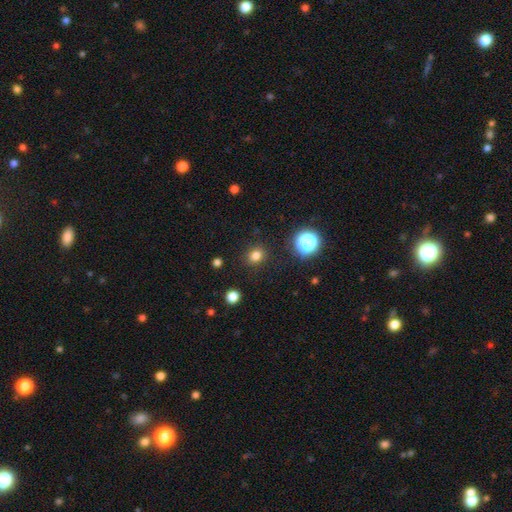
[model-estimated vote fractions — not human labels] Overall: smooth (80%). How rounded: round (76%). Merging: none (89%).